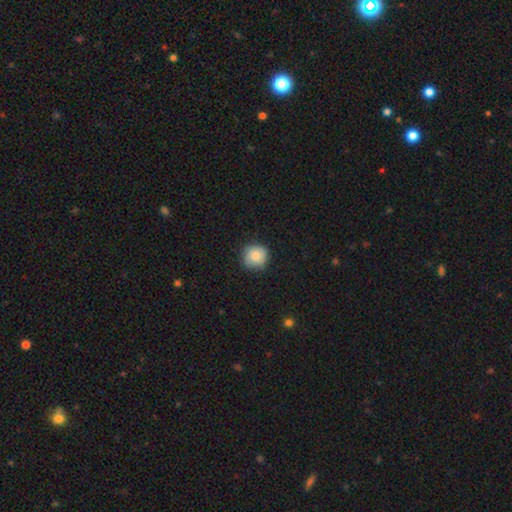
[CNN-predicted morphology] type=smooth (84%); roundness=round (91%); merging=none (82%).